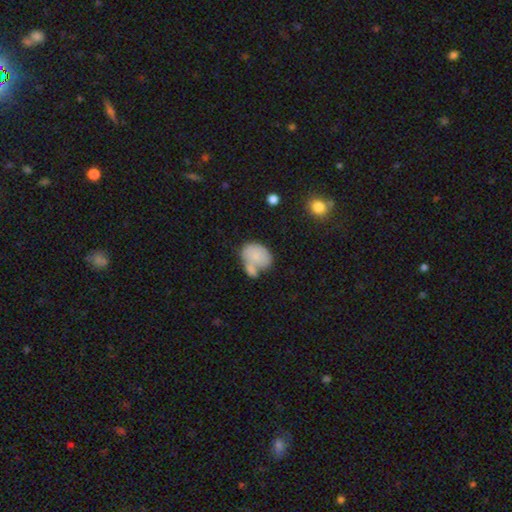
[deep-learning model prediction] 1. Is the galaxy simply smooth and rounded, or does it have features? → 76% smooth, 16% featured or disk, 7% star or artifact.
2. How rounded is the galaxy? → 68% in between, 31% round, 1% cigar-shaped.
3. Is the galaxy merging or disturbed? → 46% merger, 29% none, 17% minor disturbance, 9% major disturbance.